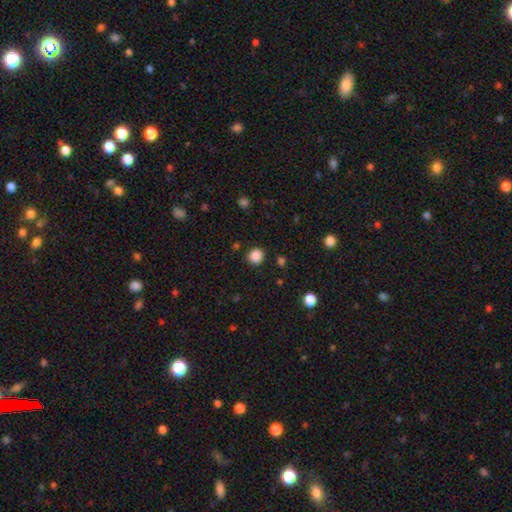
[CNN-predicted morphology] Smooth or featured: smooth — 86% (star or artifact — 11%)
How rounded: round — 84% (in between — 15%)
Merging: none — 87% (minor disturbance — 8%)